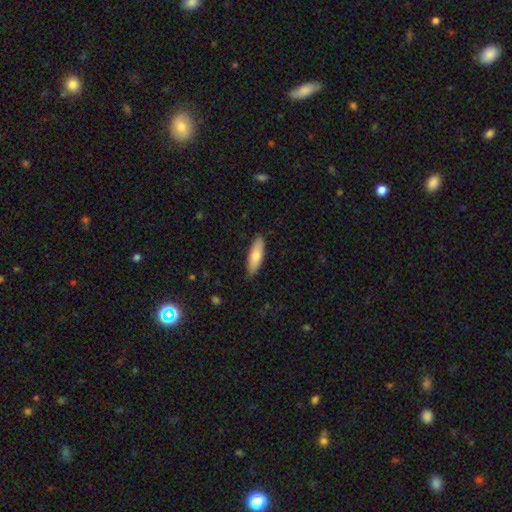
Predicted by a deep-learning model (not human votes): This is likely a smooth galaxy (76%). How rounded: possibly cigar-shaped (52%). Merging: clearly none (87%).